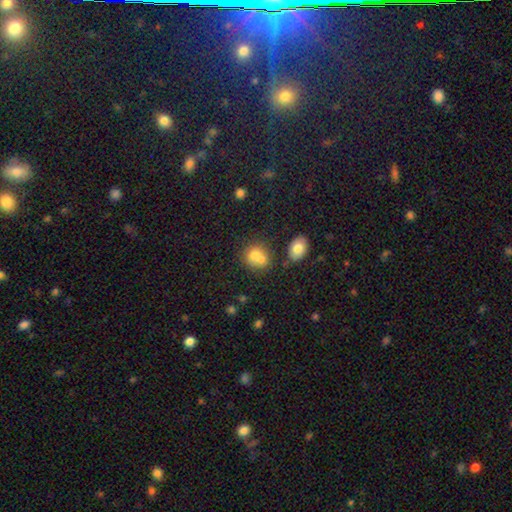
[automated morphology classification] A smooth galaxy with no disk features (73%) that is round (70%).

Vote fractions:
- Smooth or featured? smooth: 73% / featured or disk: 15% / star or artifact: 11%
- How rounded? round: 70% / in between: 29% / cigar-shaped: 1%
- Merging? merger: 50% / none: 37% / minor disturbance: 9% / major disturbance: 4%